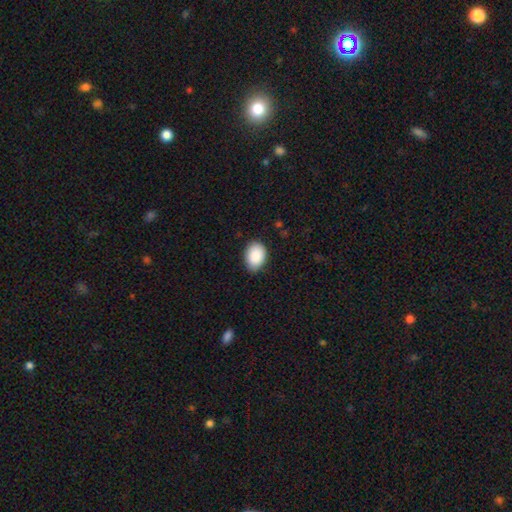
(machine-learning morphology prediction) This is clearly a smooth galaxy (90%). How rounded: likely in between (76%). Merging: clearly none (82%).